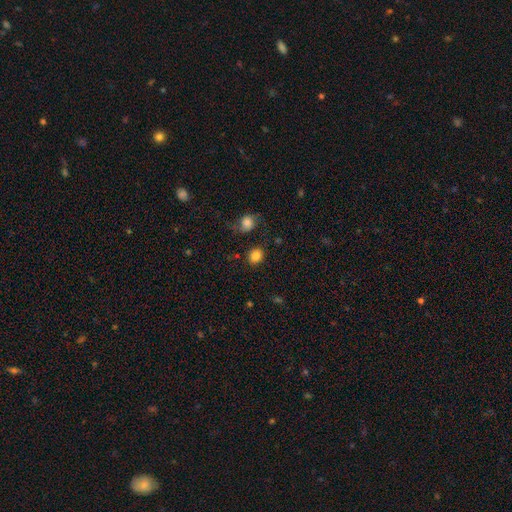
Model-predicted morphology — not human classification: smooth 85%, star or artifact 10%, featured or disk 5%. Down the decision tree: how rounded — round (67%); merging — none (82%).